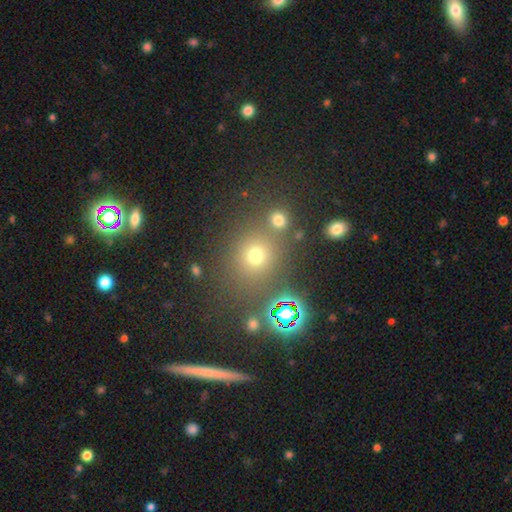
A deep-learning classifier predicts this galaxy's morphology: smooth 65%, star or artifact 27%, featured or disk 8%. Down the decision tree: how rounded — round (85%); merging — none (75%).